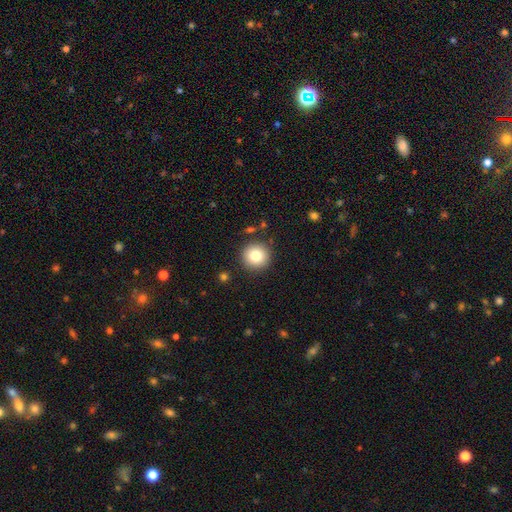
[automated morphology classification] type=smooth (83%); roundness=round (95%); merging=none (89%).